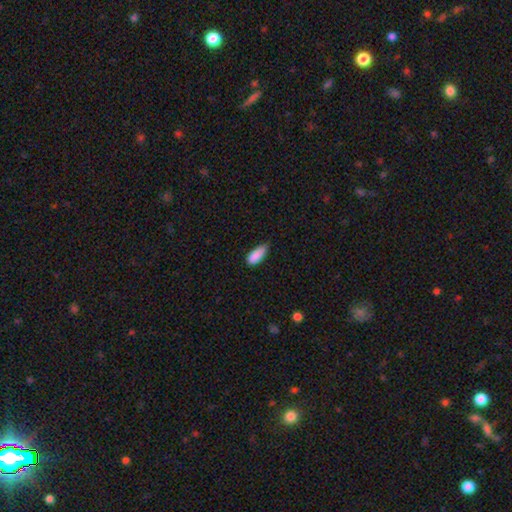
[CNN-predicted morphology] Smooth or featured? Predicted: smooth (p=0.89). How rounded? Predicted: in between (p=0.78). Merging? Predicted: none (p=0.57).